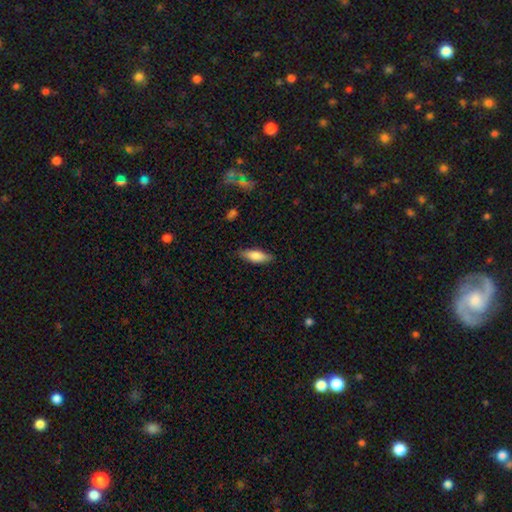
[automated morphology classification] This appears to be a smooth galaxy with no disk features (78%) that is in between round and cigar-shaped (57%). Merging: none (83%).